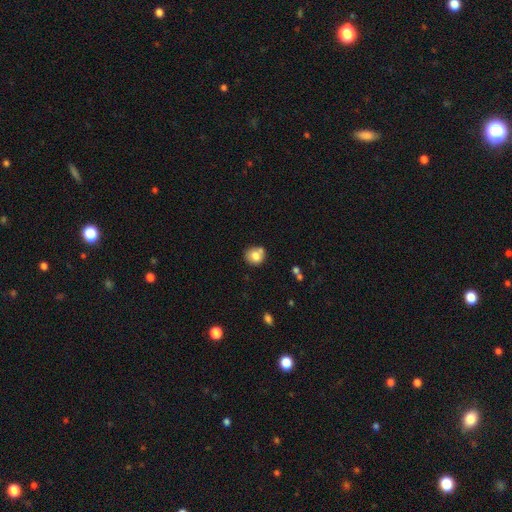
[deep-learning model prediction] A smooth galaxy with no disk features (77%) that is round (84%). Merging: none (65%).